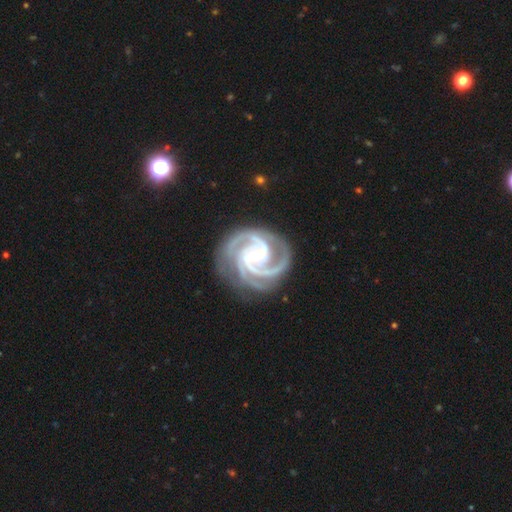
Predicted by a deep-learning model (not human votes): Smooth or featured?
  - featured or disk: 94% *
  - star or artifact: 4%
  - smooth: 2%
Edge-on disk?
  - no: 98% *
  - yes: 2%
Bar?
  - no: 46% *
  - weak: 34%
  - strong: 20%
Spiral arms?
  - yes: 99% *
  - no: 1%
Spiral winding?
  - tight: 62% *
  - medium: 35%
  - loose: 3%
Spiral arm count?
  - 3: 60% *
  - 2: 17%
  - 4: 10%
  - can't tell: 5%
  - more than 4: 4%
  - 1: 4%
Bulge size?
  - small: 59% *
  - moderate: 38%
  - large: 1%
  - none: 1%
  - dominant: 1%
Merging?
  - none: 79% *
  - minor disturbance: 15%
  - major disturbance: 5%
  - merger: 1%